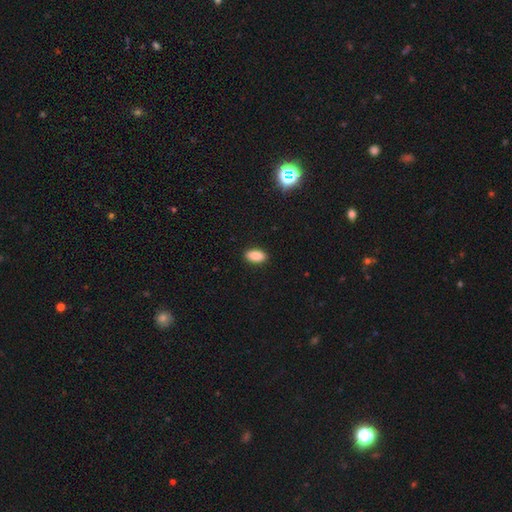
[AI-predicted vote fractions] Smooth or featured?
  - smooth: 88% *
  - star or artifact: 8%
  - featured or disk: 4%
How rounded?
  - in between: 91% *
  - cigar-shaped: 5%
  - round: 3%
Merging?
  - none: 90% *
  - minor disturbance: 7%
  - major disturbance: 2%
  - merger: 1%